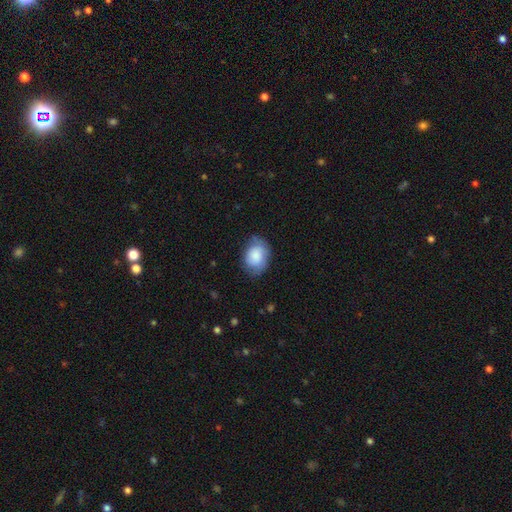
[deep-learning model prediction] Smooth or featured?
  - smooth: 80% *
  - featured or disk: 14%
  - star or artifact: 7%
How rounded?
  - in between: 64% *
  - round: 35%
  - cigar-shaped: 1%
Merging?
  - none: 69% *
  - minor disturbance: 24%
  - major disturbance: 6%
  - merger: 1%